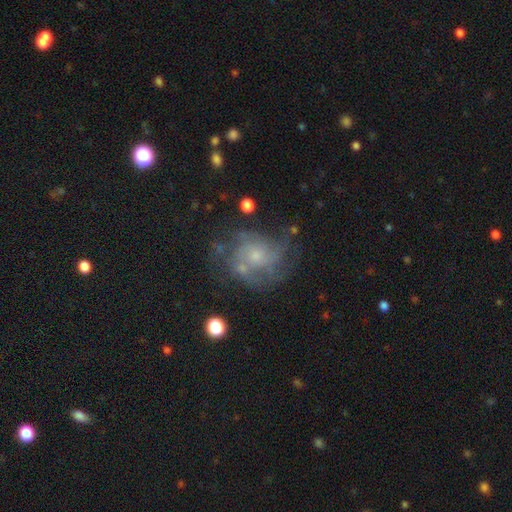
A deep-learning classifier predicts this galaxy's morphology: Smooth or featured? Predicted: featured or disk (p=0.67). Edge-on disk? Predicted: no (p=0.98). Bar? Predicted: no (p=0.80). Spiral arms? Predicted: yes (p=0.76). Spiral winding? Predicted: medium (p=0.41, tied with tight). Spiral arm count? Predicted: can't tell (p=0.44). Bulge size? Predicted: small (p=0.54). Merging? Predicted: none (p=0.57).